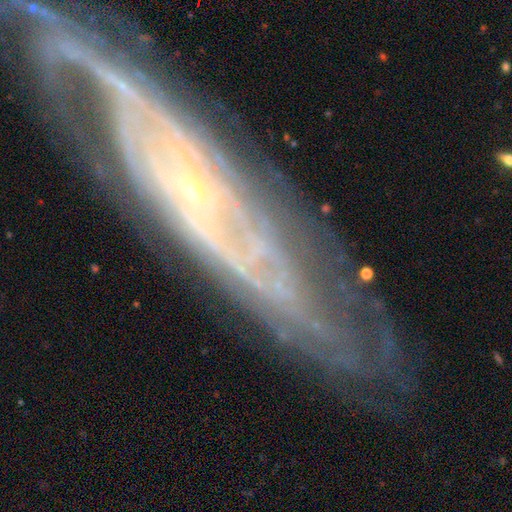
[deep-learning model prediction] A featured or disk galaxy (83%) with no bar (71%), tight (60%) spiral arms (87%) and a small central bulge (83%). Merging: none (65%).